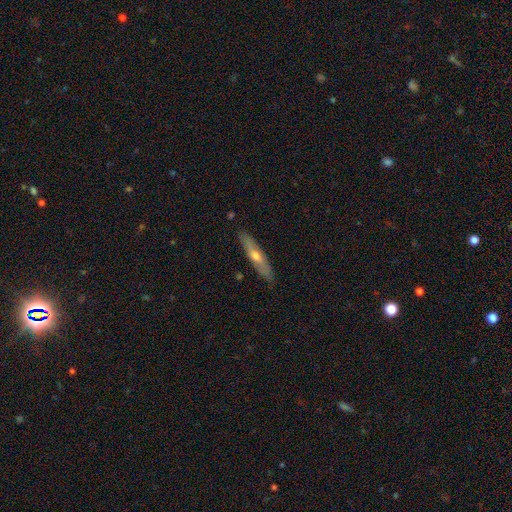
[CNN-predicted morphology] Smooth or featured: featured or disk — 56% (smooth — 38%)
Edge-on disk: yes — 81% (no — 19%)
Merging: none — 88% (minor disturbance — 9%)